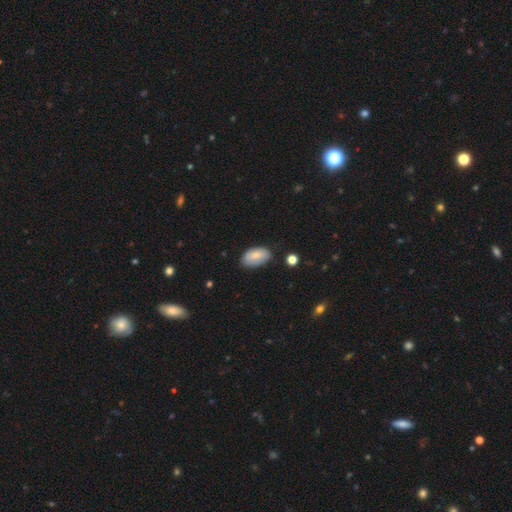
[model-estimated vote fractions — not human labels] Smooth or featured?
  - smooth: 77% *
  - featured or disk: 17%
  - star or artifact: 7%
How rounded?
  - in between: 94% *
  - round: 5%
  - cigar-shaped: 2%
Merging?
  - none: 74% *
  - minor disturbance: 20%
  - major disturbance: 4%
  - merger: 2%